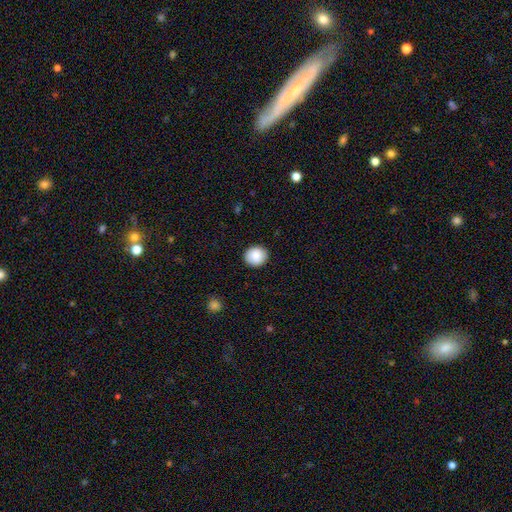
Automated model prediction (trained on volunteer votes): Smooth or featured? Predicted: smooth (p=0.89). How rounded? Predicted: round (p=0.87). Merging? Predicted: none (p=0.91).